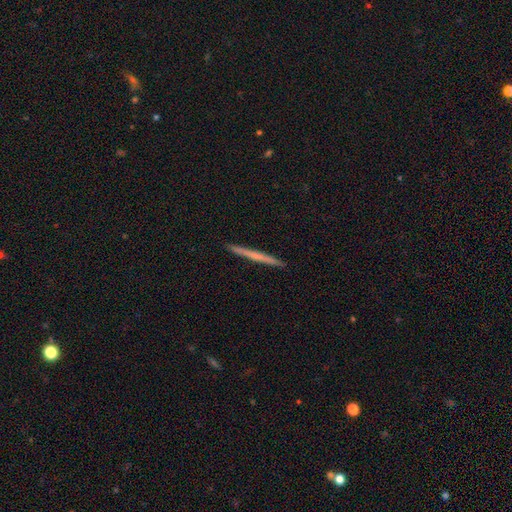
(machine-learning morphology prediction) Smooth or featured? Predicted: smooth (p=0.47, tied with featured or disk). Merging? Predicted: none (p=0.93).